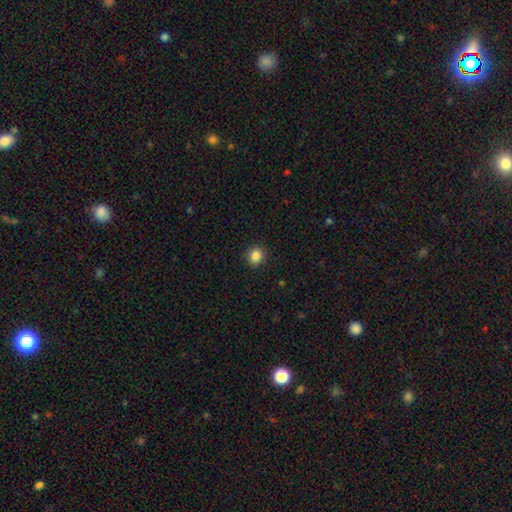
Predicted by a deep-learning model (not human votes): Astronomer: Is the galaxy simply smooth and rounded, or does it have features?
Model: smooth — 85%.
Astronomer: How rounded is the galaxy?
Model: round — 81%.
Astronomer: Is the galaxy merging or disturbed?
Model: none — 90%.